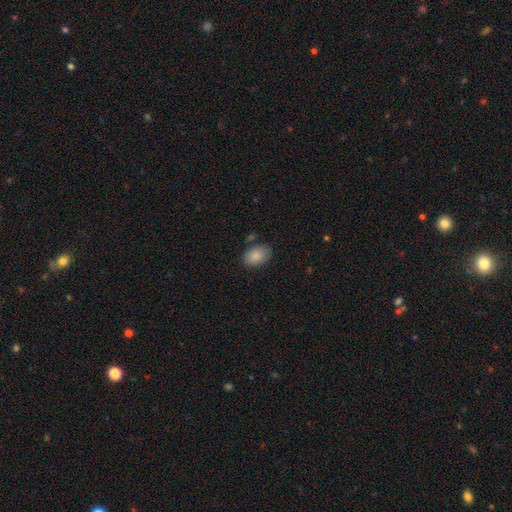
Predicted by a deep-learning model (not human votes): smooth-or-featured: smooth: 87% | star or artifact: 7% | featured or disk: 6%
  how-rounded: in between: 85% | round: 14% | cigar-shaped: 1%
  merging: none: 79% | minor disturbance: 14% | merger: 4% | major disturbance: 3%